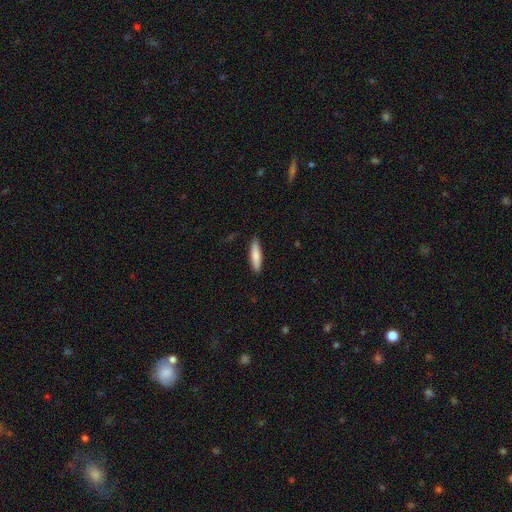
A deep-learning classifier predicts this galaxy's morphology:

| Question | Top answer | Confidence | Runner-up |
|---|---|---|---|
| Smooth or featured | smooth | 81% | featured or disk (14%) |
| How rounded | cigar-shaped | 74% | in between (24%) |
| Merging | none | 89% | minor disturbance (9%) |